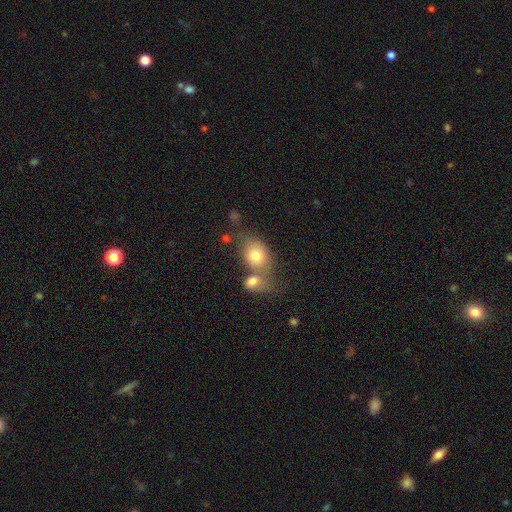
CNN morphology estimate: smooth-or-featured: smooth: 77% | featured or disk: 14% | star or artifact: 9%
  how-rounded: in between: 64% | round: 34% | cigar-shaped: 1%
  merging: merger: 41% | none: 39% | minor disturbance: 13% | major disturbance: 7%